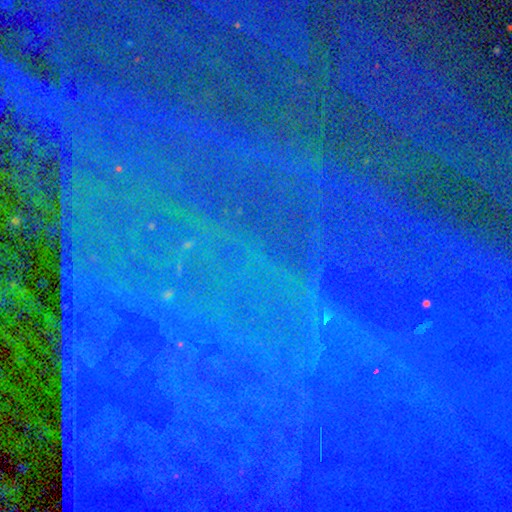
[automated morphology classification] type=star or artifact (86%).